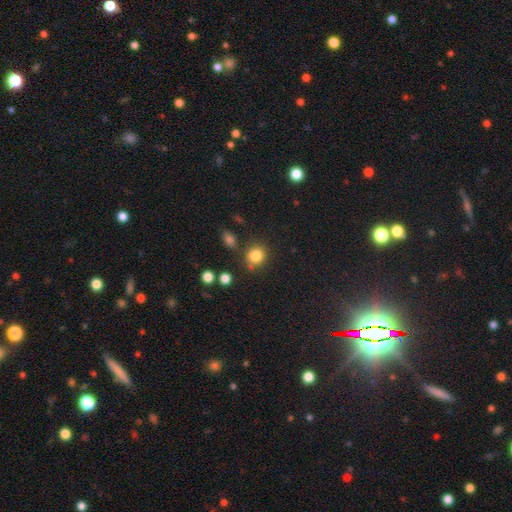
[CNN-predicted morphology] smooth-or-featured: smooth: 82% | star or artifact: 12% | featured or disk: 6%
  how-rounded: round: 82% | in between: 17% | cigar-shaped: 1%
  merging: none: 77% | minor disturbance: 12% | merger: 8% | major disturbance: 4%